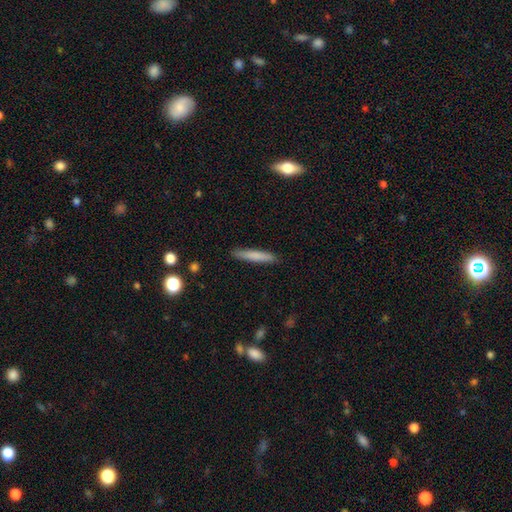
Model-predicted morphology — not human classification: A smooth galaxy with no disk features (78%) that is cigar-shaped (93%).

Vote fractions:
- Smooth or featured? smooth: 78% / featured or disk: 16% / star or artifact: 6%
- How rounded? cigar-shaped: 93% / in between: 6% / round: 1%
- Merging? none: 89% / minor disturbance: 8% / major disturbance: 2% / merger: 1%